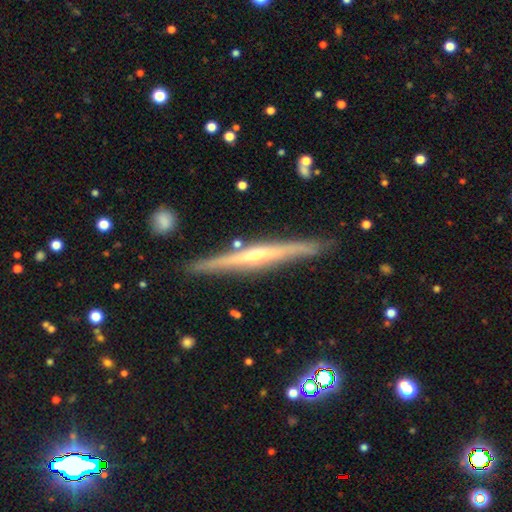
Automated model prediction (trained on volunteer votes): smooth_or_featured: featured or disk (p=0.80) [alt: smooth p=0.14]
disk_edge_on: yes (p=0.97) [alt: no p=0.03]
edge_on_bulge: rounded (p=0.76) [alt: none p=0.19]
merging: none (p=0.88) [alt: minor disturbance p=0.08]